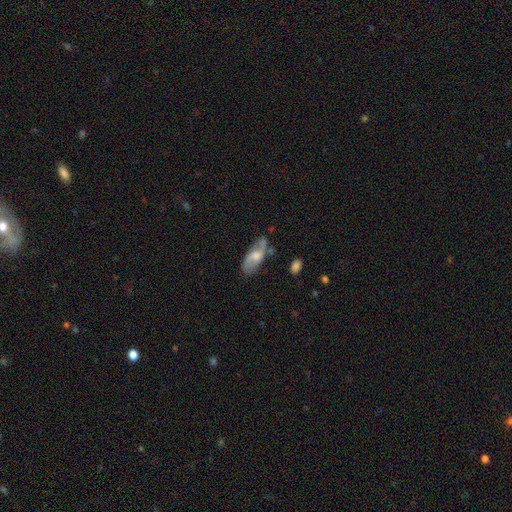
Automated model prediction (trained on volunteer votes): A featured or disk galaxy (58%). Merging: none (62%).